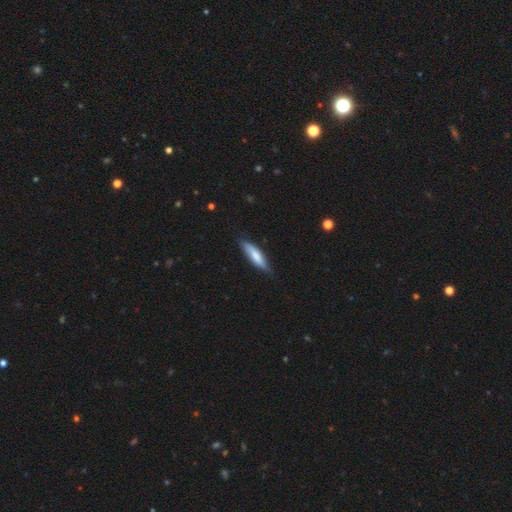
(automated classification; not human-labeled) A smooth galaxy with no disk features (73%) that is cigar-shaped (69%). Merging: none (76%).